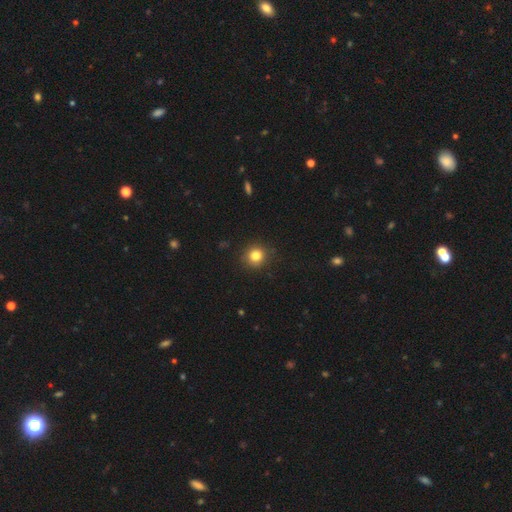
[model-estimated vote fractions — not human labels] Smooth or featured?
  - smooth: 82% *
  - star or artifact: 12%
  - featured or disk: 6%
How rounded?
  - round: 91% *
  - in between: 8%
  - cigar-shaped: 1%
Merging?
  - none: 89% *
  - minor disturbance: 8%
  - major disturbance: 2%
  - merger: 1%